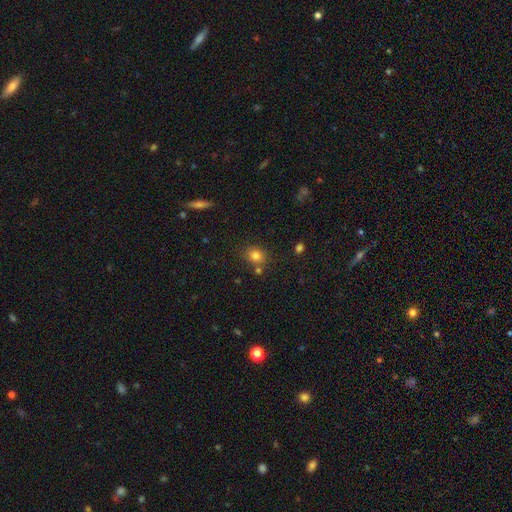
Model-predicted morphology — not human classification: Q: Smooth or featured?
A: smooth (81%); runner-up: star or artifact (12%)
Q: How rounded?
A: round (65%); runner-up: in between (34%)
Q: Merging?
A: none (75%); runner-up: minor disturbance (12%)